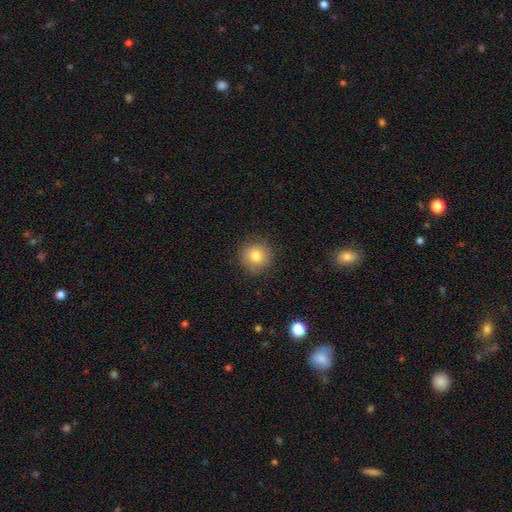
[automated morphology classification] A smooth galaxy with no disk features (80%) that is round (93%).

Vote fractions:
- Smooth or featured? smooth: 80% / featured or disk: 10% / star or artifact: 10%
- How rounded? round: 93% / in between: 6% / cigar-shaped: 1%
- Merging? none: 86% / minor disturbance: 10% / major disturbance: 3% / merger: 1%